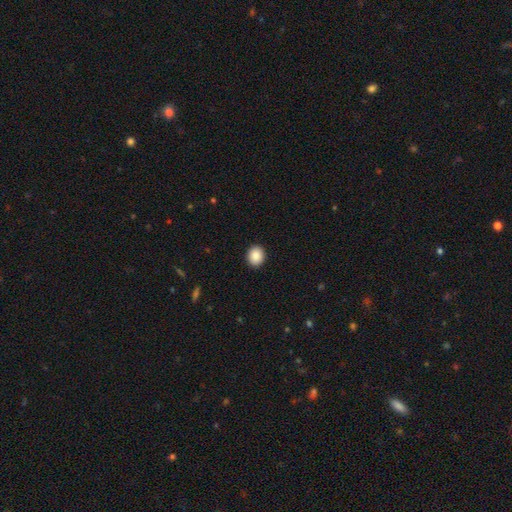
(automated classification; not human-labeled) Smooth or featured?
  - smooth: 88% *
  - star or artifact: 8%
  - featured or disk: 4%
How rounded?
  - round: 67% *
  - in between: 32%
  - cigar-shaped: 1%
Merging?
  - none: 92% *
  - minor disturbance: 5%
  - major disturbance: 2%
  - merger: 1%